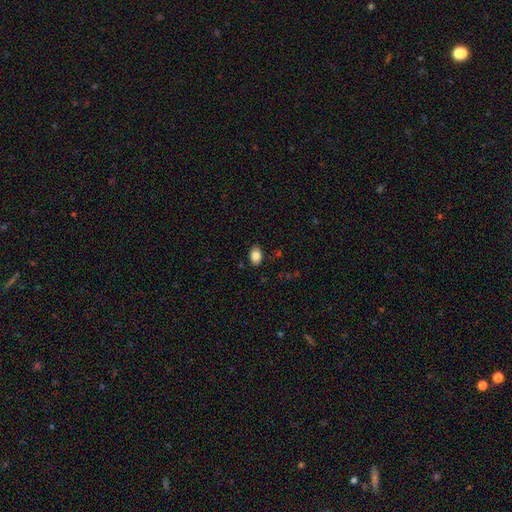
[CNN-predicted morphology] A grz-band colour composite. It shows a smooth galaxy with no disk features (86%) that is in between round and cigar-shaped (85%). Merging: none (87%).